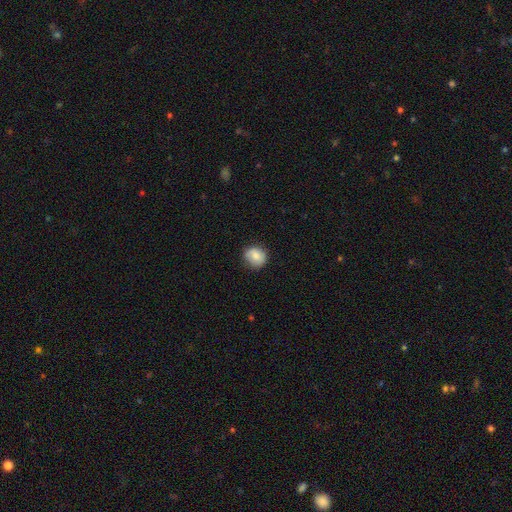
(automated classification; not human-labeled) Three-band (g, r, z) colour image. It shows a smooth galaxy with no disk features (78%) that is round (78%). Merging: none (80%).